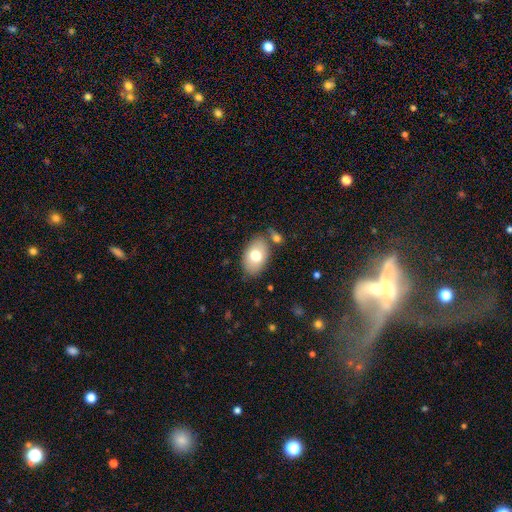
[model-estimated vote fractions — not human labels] Overall: smooth (73%). How rounded: in between (89%). Merging: none (73%).